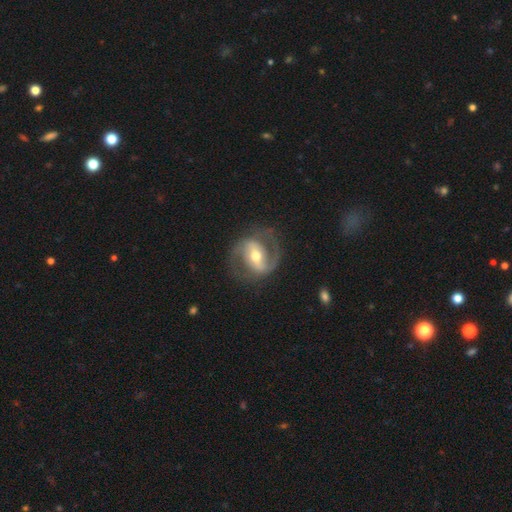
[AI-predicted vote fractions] Morphology: type=featured or disk (85%); edge-on=no (96%); bar=strong (47%); spiral arms=yes (92%); winding=medium (54%); arm count=2 (89%); bulge=moderate (69%); merging=none (76%).